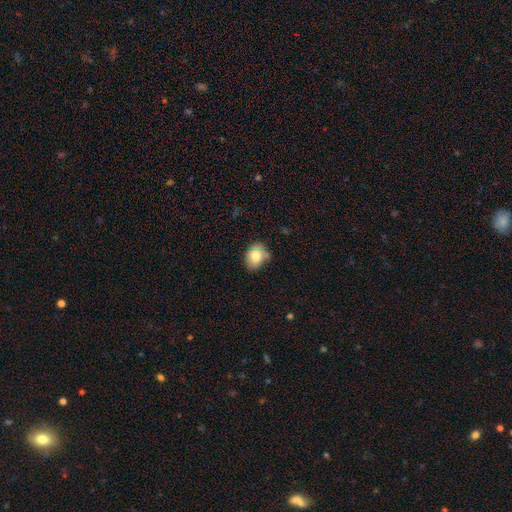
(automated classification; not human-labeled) A smooth galaxy with no disk features (73%) that is round (50%). Merging: none (52%).